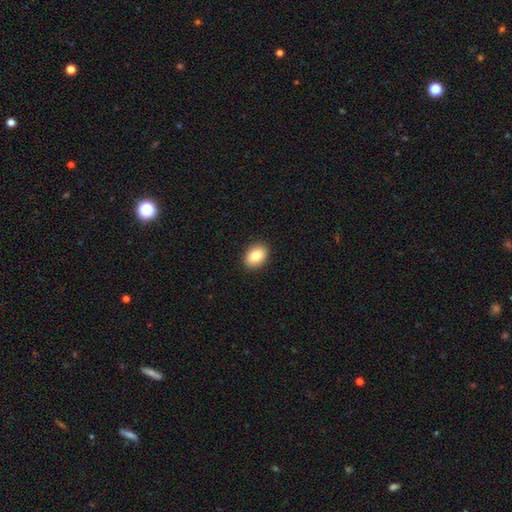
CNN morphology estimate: type=smooth (84%); roundness=in between (73%); merging=none (91%).